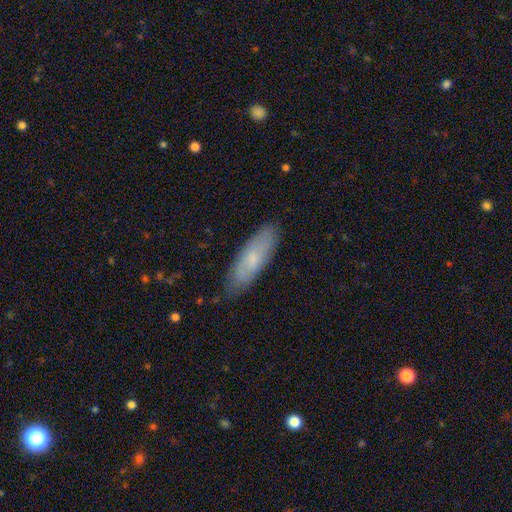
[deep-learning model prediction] smooth_or_featured: smooth (p=0.54) [alt: featured or disk p=0.34]
how_rounded: cigar-shaped (p=0.52) [alt: in between p=0.46]
merging: none (p=0.81) [alt: minor disturbance p=0.15]